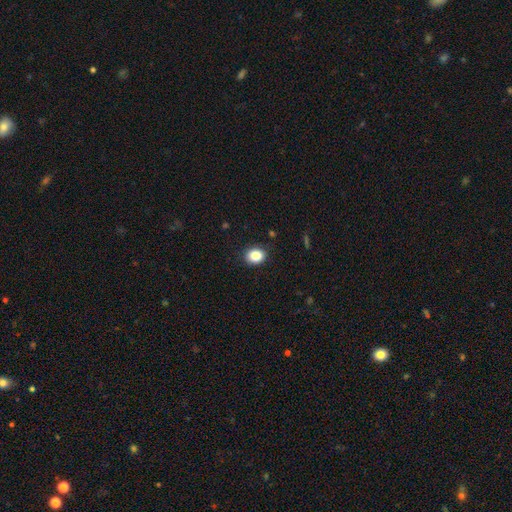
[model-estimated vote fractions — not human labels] This appears to be a smooth galaxy with no disk features (87%) that is in between round and cigar-shaped (52%). Merging: none (85%).